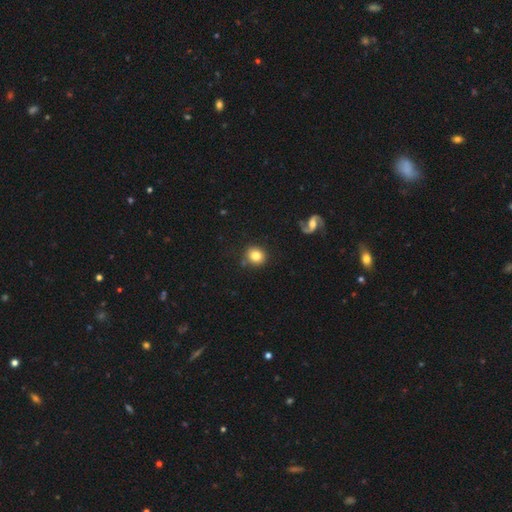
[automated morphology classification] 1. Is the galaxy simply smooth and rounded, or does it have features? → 80% smooth, 11% featured or disk, 9% star or artifact.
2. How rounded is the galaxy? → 84% round, 15% in between, 1% cigar-shaped.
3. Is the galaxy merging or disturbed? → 84% none, 9% minor disturbance, 4% merger, 3% major disturbance.